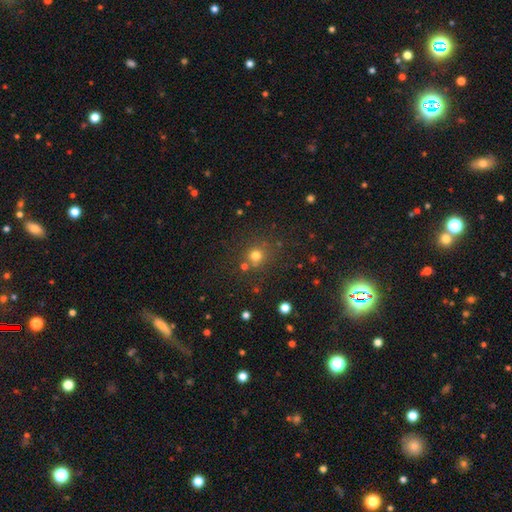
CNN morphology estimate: smooth 72%, star or artifact 20%, featured or disk 8%. Down the decision tree: how rounded — round (90%); merging — none (74%).